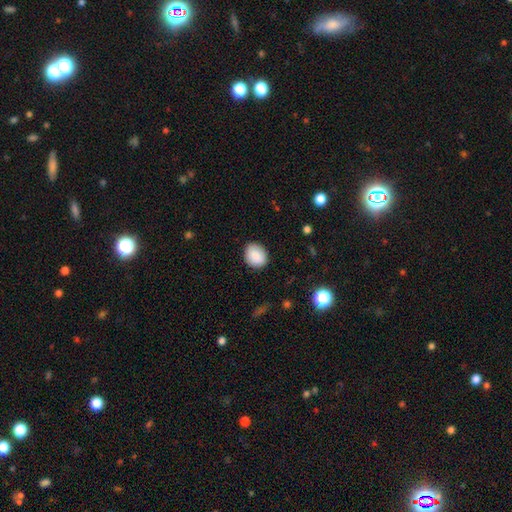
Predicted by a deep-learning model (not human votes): This appears to be a smooth galaxy with no disk features (87%) that is round (55%). Merging: none (86%).